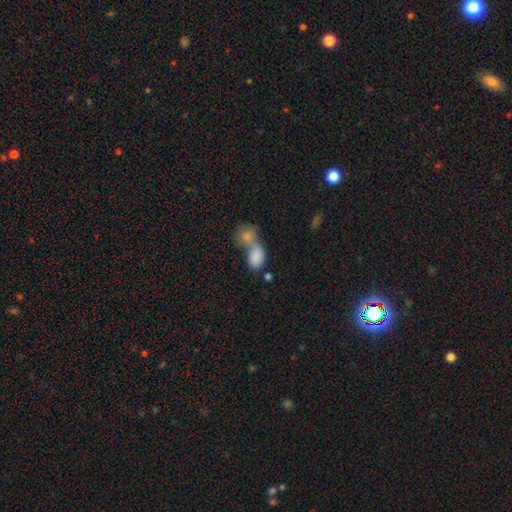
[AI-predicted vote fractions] smooth 83%, featured or disk 9%, star or artifact 8%. Down the decision tree: how rounded — in between (84%); merging — merger (67%).